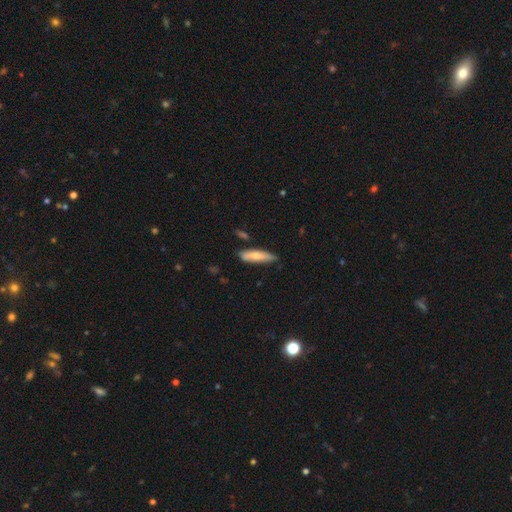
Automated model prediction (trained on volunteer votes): A smooth galaxy with no disk features (70%) that is cigar-shaped (64%).

Vote fractions:
- Smooth or featured? smooth: 70% / featured or disk: 24% / star or artifact: 6%
- How rounded? cigar-shaped: 64% / in between: 35% / round: 2%
- Merging? none: 70% / minor disturbance: 23% / major disturbance: 3% / merger: 3%